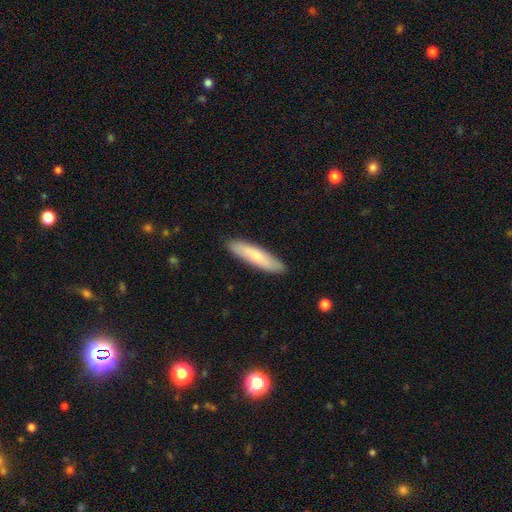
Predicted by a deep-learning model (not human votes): A smooth galaxy with no disk features (70%) that is cigar-shaped (80%).

Vote fractions:
- Smooth or featured? smooth: 70% / featured or disk: 25% / star or artifact: 6%
- How rounded? cigar-shaped: 80% / in between: 19% / round: 1%
- Merging? none: 88% / minor disturbance: 9% / major disturbance: 2% / merger: 1%